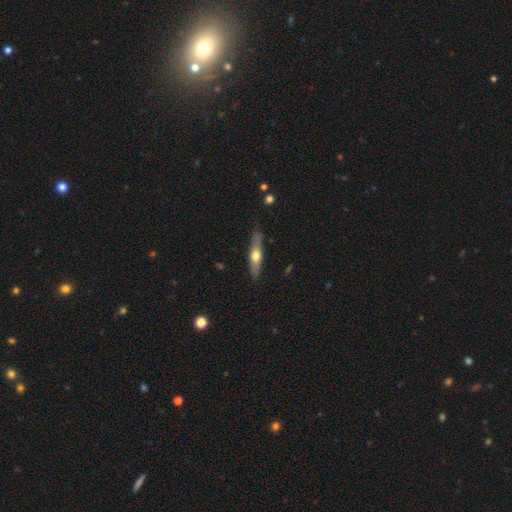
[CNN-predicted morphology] Q: Smooth or featured?
A: featured or disk (50%); runner-up: smooth (45%)
Q: Edge-on disk?
A: yes (85%); runner-up: no (15%)
Q: Merging?
A: none (83%); runner-up: minor disturbance (13%)